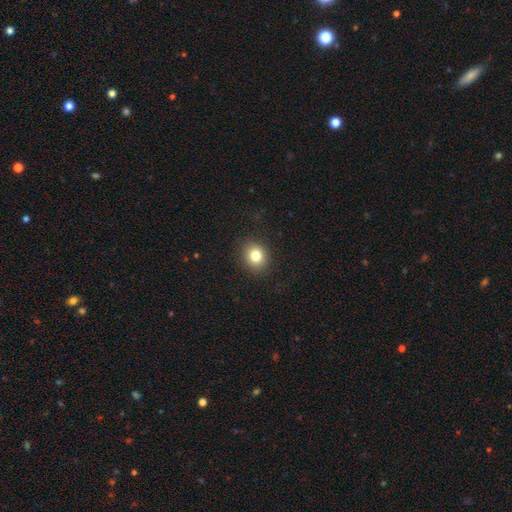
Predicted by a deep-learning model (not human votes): This appears to be a smooth galaxy with no disk features (81%) that is round (75%). Merging: none (90%).